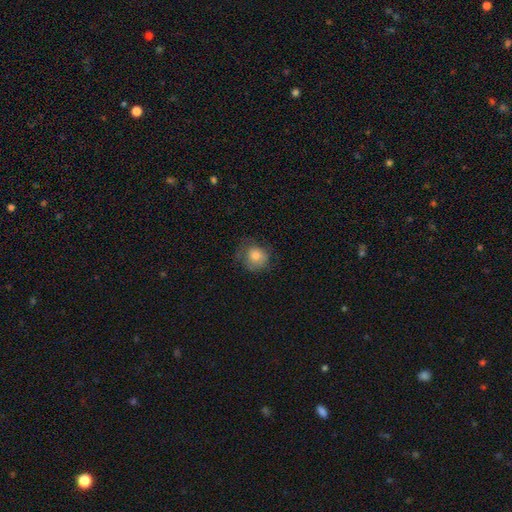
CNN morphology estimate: Q: Smooth or featured?
A: smooth (76%); runner-up: featured or disk (15%)
Q: How rounded?
A: round (81%); runner-up: in between (18%)
Q: Merging?
A: none (60%); runner-up: minor disturbance (25%)